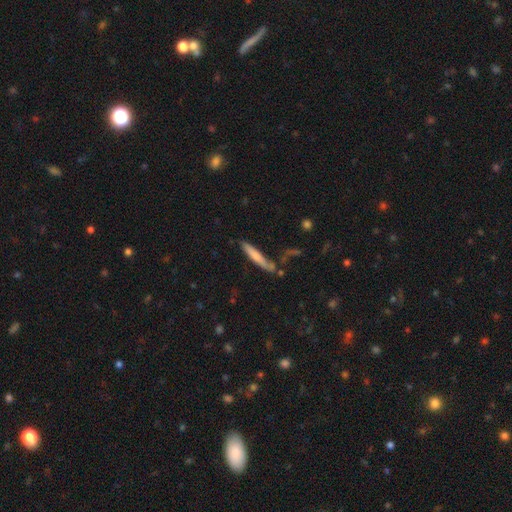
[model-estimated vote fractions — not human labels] Smooth or featured? Predicted: smooth (p=0.64). How rounded? Predicted: cigar-shaped (p=0.92). Merging? Predicted: none (p=0.69).